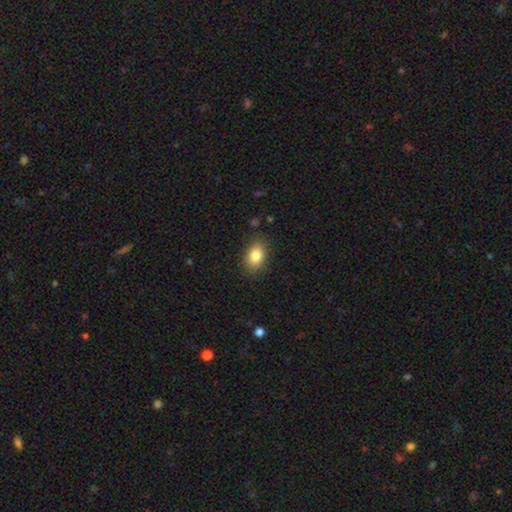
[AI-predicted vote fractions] Smooth or featured?
  - smooth: 83% *
  - star or artifact: 9%
  - featured or disk: 8%
How rounded?
  - in between: 81% *
  - round: 18%
  - cigar-shaped: 1%
Merging?
  - none: 85% *
  - minor disturbance: 11%
  - major disturbance: 3%
  - merger: 1%